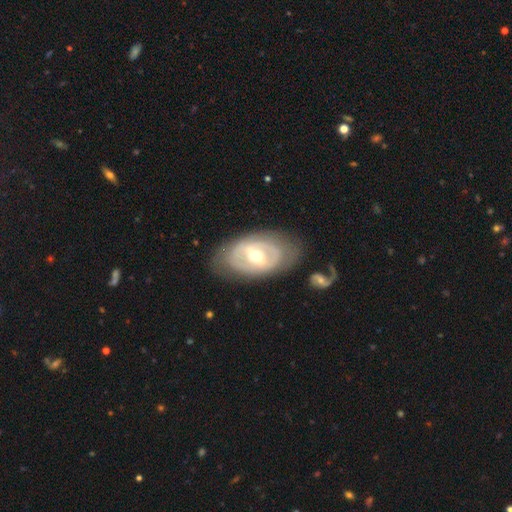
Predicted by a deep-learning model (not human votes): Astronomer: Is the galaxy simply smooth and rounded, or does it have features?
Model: featured or disk — 72%.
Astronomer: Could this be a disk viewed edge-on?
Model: no — 93%.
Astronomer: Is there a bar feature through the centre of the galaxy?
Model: weak — 39% (runner-up: strong, 33%).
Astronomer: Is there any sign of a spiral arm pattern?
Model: no — 55% (runner-up: yes, 45%).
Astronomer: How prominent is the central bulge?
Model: moderate — 69%.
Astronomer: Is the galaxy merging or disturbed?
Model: none — 76%.